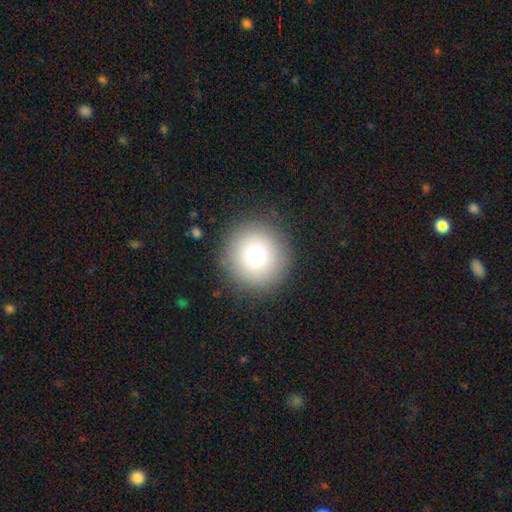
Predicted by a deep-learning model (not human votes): This is likely a smooth galaxy (73%). How rounded: clearly round (95%). Merging: clearly none (90%).